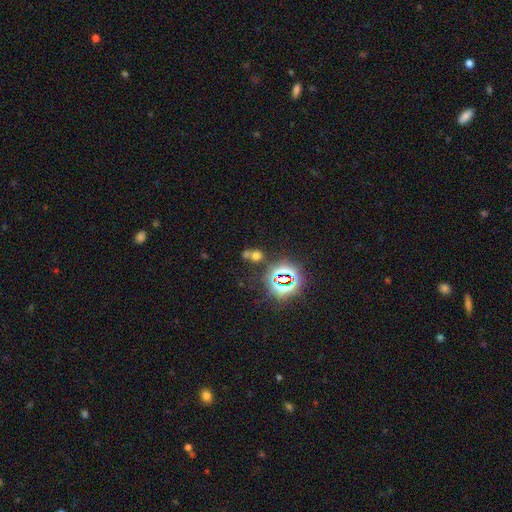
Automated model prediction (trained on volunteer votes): Q: Smooth or featured?
A: smooth (49%); runner-up: star or artifact (39%)
Q: Merging?
A: none (44%); runner-up: merger (39%)